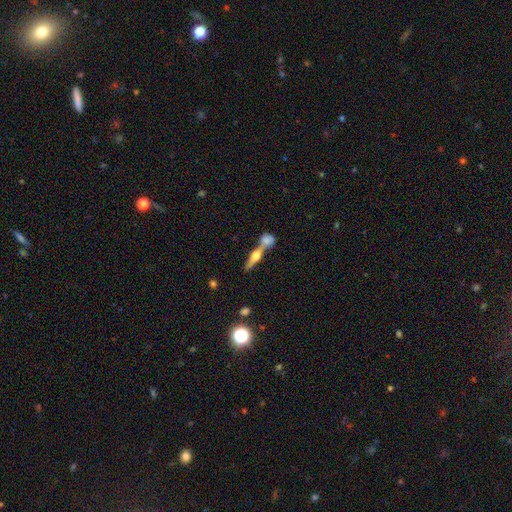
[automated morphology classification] Q: Smooth or featured?
A: featured or disk (66%); runner-up: smooth (27%)
Q: Edge-on disk?
A: yes (94%); runner-up: no (6%)
Q: Edge-on bulge?
A: rounded (95%); runner-up: boxy (3%)
Q: Merging?
A: none (51%); runner-up: merger (37%)